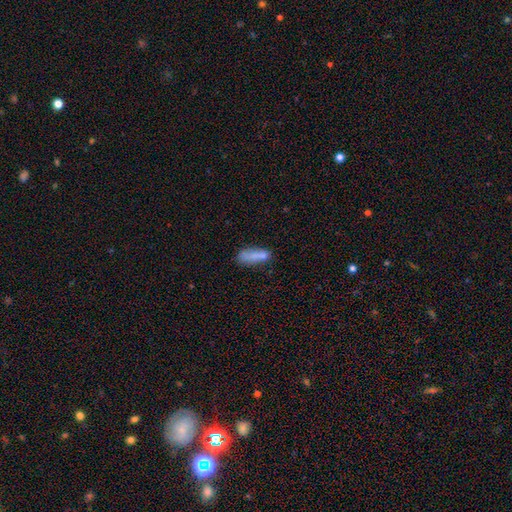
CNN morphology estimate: Q: Smooth or featured?
A: smooth (74%); runner-up: featured or disk (16%)
Q: How rounded?
A: in between (51%); runner-up: cigar-shaped (46%)
Q: Merging?
A: none (47%); runner-up: minor disturbance (23%)